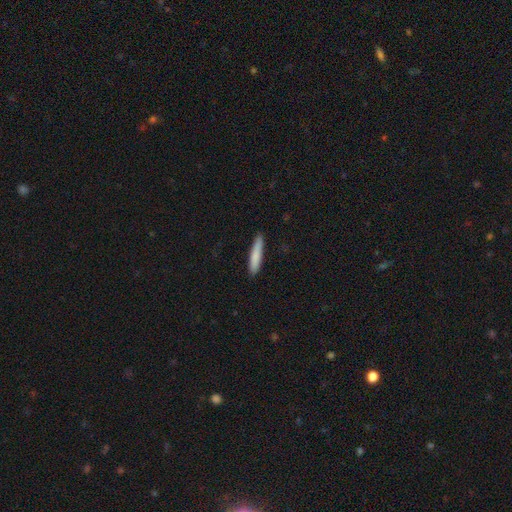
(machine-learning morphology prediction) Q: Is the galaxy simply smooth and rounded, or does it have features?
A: smooth — 82%.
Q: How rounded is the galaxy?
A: cigar-shaped — 90%.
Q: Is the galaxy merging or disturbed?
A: none — 87%.